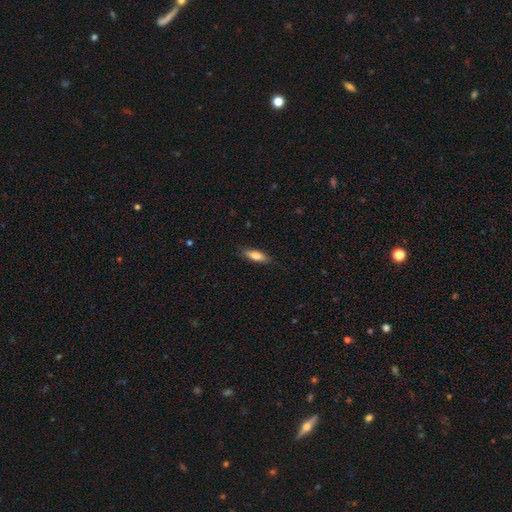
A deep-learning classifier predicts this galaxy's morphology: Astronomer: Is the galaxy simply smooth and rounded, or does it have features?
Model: smooth — 78%.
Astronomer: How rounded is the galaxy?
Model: in between — 55% (runner-up: cigar-shaped, 43%).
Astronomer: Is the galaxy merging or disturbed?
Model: none — 84%.